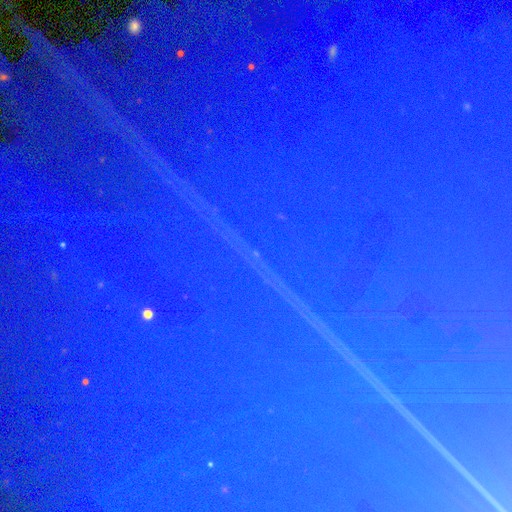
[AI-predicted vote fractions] The model was most divided on "smooth or featured": star or artifact: 87%, featured or disk: 8%, smooth: 5%.